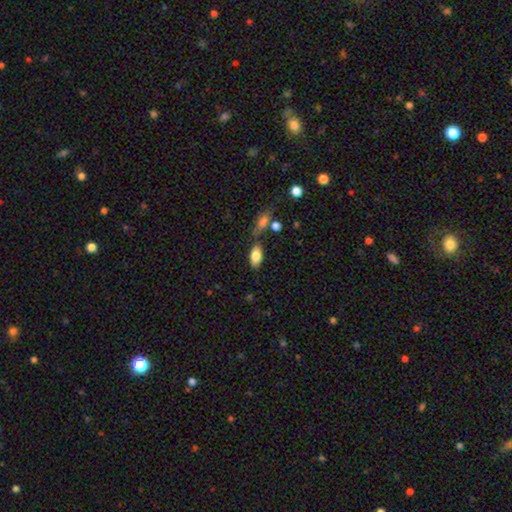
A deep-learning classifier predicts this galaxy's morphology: Smooth or featured? Predicted: smooth (p=0.80). How rounded? Predicted: in between (p=0.90). Merging? Predicted: none (p=0.66).